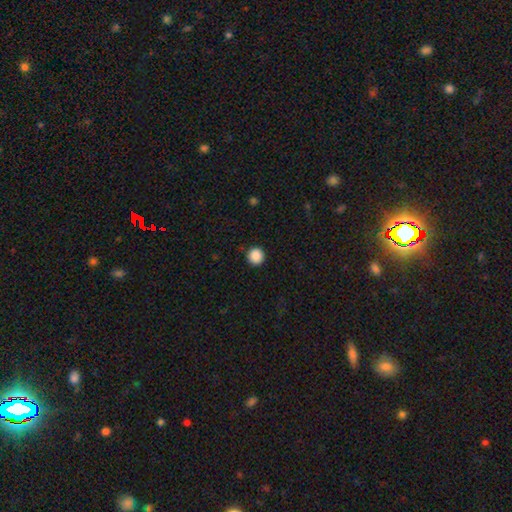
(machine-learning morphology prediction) Smooth or featured? smooth (88%)
How rounded? round (95%)
Merging? none (92%)